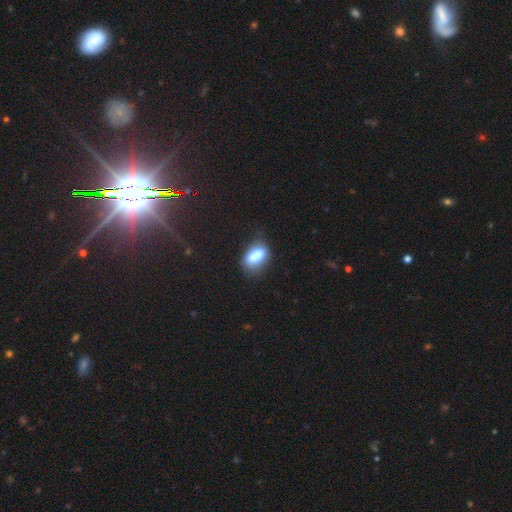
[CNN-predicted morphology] A smooth galaxy with no disk features (81%) that is in between round and cigar-shaped (85%).

Vote fractions:
- Smooth or featured? smooth: 81% / featured or disk: 10% / star or artifact: 9%
- How rounded? in between: 85% / round: 8% / cigar-shaped: 7%
- Merging? none: 59% / minor disturbance: 27% / major disturbance: 9% / merger: 5%